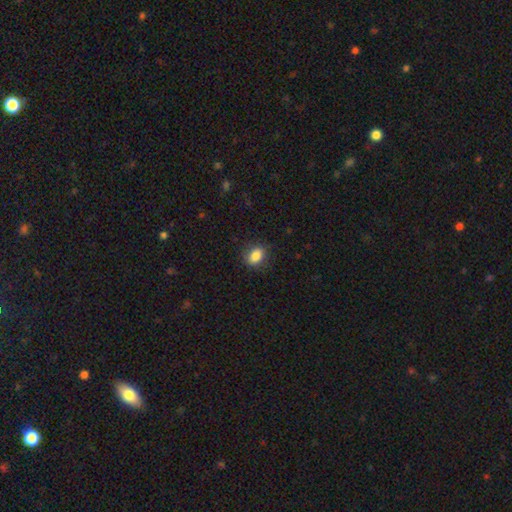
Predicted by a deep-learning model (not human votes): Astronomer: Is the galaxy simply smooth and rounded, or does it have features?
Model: smooth — 85%.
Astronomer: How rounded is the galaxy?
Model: in between — 71%.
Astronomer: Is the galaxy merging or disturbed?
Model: none — 82%.